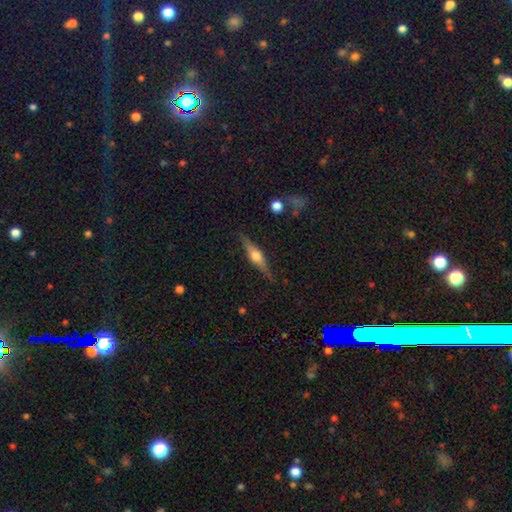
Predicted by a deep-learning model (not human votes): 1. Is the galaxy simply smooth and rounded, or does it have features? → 69% featured or disk, 25% smooth, 6% star or artifact.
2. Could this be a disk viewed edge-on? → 96% yes, 4% no.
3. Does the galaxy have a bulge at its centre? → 92% rounded, 5% boxy, 2% none.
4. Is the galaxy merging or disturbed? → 86% none, 11% minor disturbance, 2% major disturbance, 2% merger.